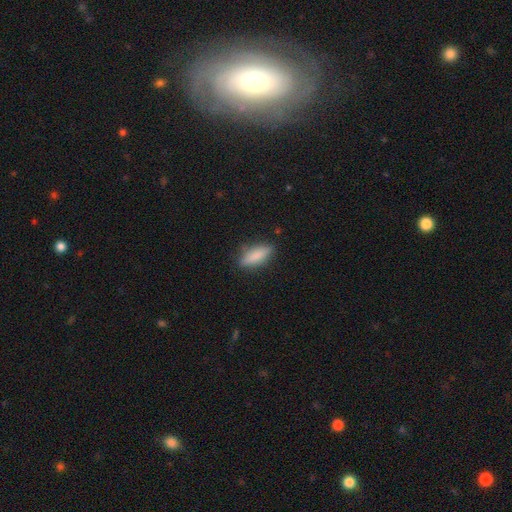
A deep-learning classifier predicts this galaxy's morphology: Smooth or featured?
  - smooth: 79% *
  - featured or disk: 14%
  - star or artifact: 7%
How rounded?
  - in between: 51% *
  - cigar-shaped: 47%
  - round: 2%
Merging?
  - none: 82% *
  - minor disturbance: 14%
  - major disturbance: 3%
  - merger: 1%